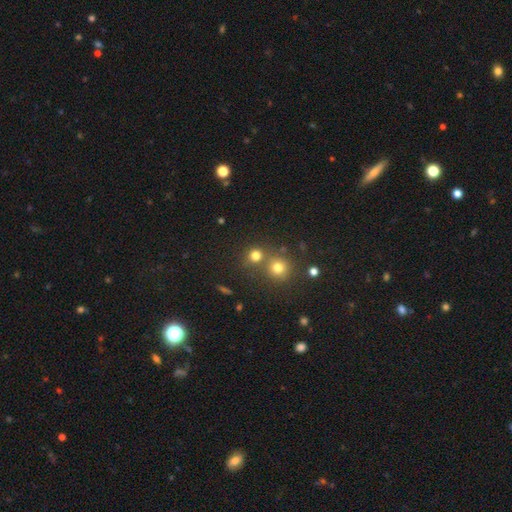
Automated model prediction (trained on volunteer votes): Smooth or featured: smooth — 74% (star or artifact — 18%)
How rounded: round — 86% (in between — 13%)
Merging: none — 61% (merger — 28%)